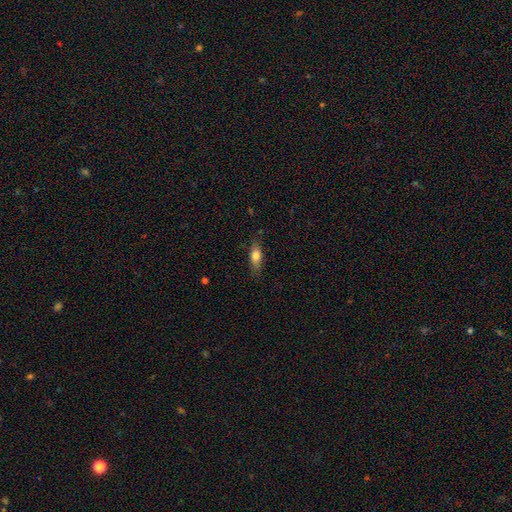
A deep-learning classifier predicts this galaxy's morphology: Smooth or featured: smooth — 70% (featured or disk — 23%)
How rounded: in between — 59% (cigar-shaped — 37%)
Merging: none — 77% (minor disturbance — 18%)